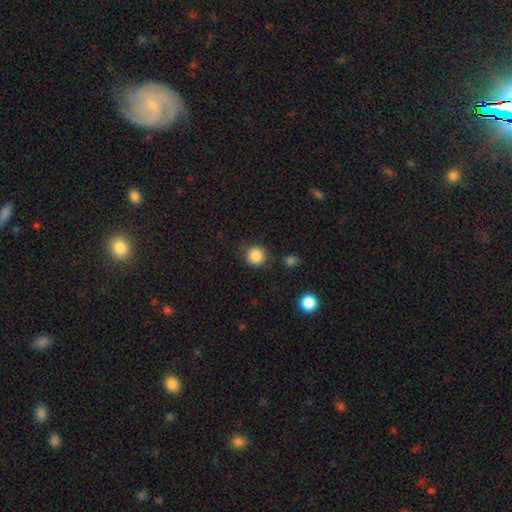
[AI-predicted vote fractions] smooth_or_featured: smooth (p=0.86) [alt: star or artifact p=0.10]
how_rounded: round (p=0.93) [alt: in between p=0.06]
merging: none (p=0.82) [alt: minor disturbance p=0.11]